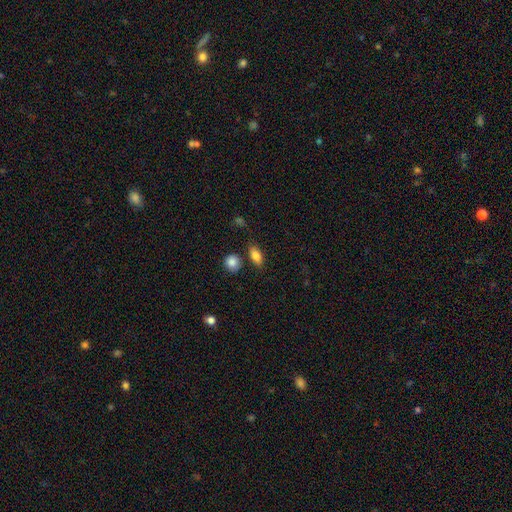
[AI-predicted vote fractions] smooth_or_featured: smooth (p=0.83) [alt: star or artifact p=0.08]
how_rounded: in between (p=0.83) [alt: round p=0.11]
merging: none (p=0.76) [alt: minor disturbance p=0.13]